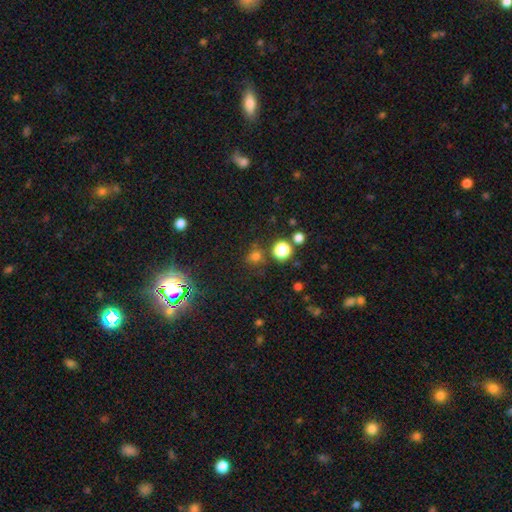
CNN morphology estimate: Smooth or featured: smooth — 70% (star or artifact — 25%)
How rounded: round — 83% (in between — 15%)
Merging: none — 73% (minor disturbance — 12%)